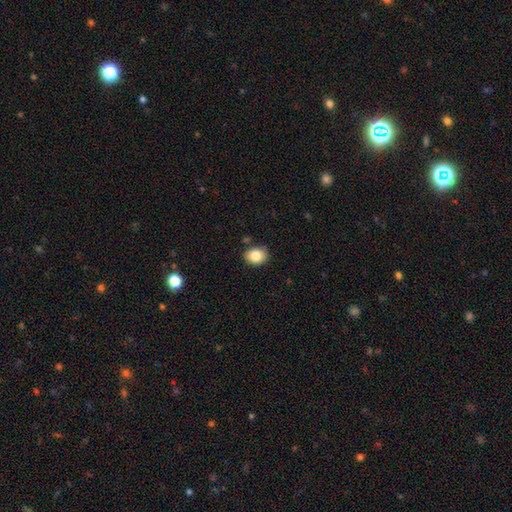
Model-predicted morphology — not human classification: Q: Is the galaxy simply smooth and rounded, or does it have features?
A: smooth — 84%.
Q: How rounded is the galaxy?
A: in between — 50%.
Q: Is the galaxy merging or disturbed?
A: none — 83%.